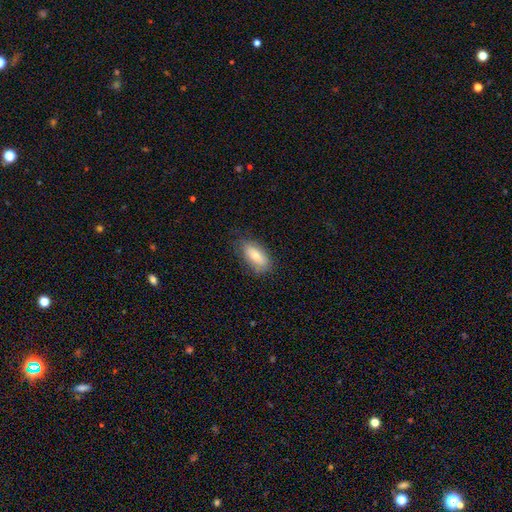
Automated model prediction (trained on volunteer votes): Overall: smooth (73%). How rounded: in between (88%). Merging: none (74%).